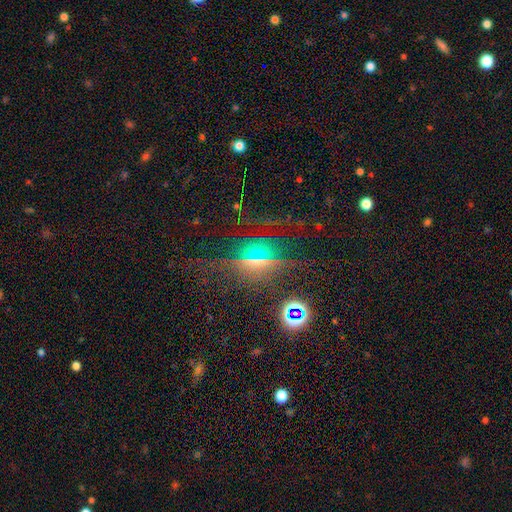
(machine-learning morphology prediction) Smooth or featured?
  - star or artifact: 58% *
  - featured or disk: 27%
  - smooth: 15%